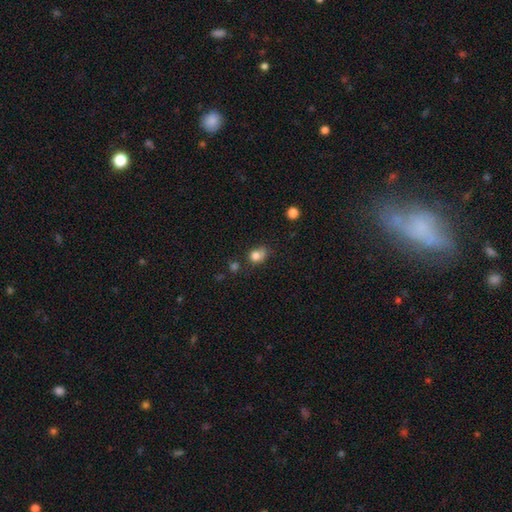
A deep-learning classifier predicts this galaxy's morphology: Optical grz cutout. It shows a smooth galaxy with no disk features (80%) that is round (62%). Merging: none (49%).